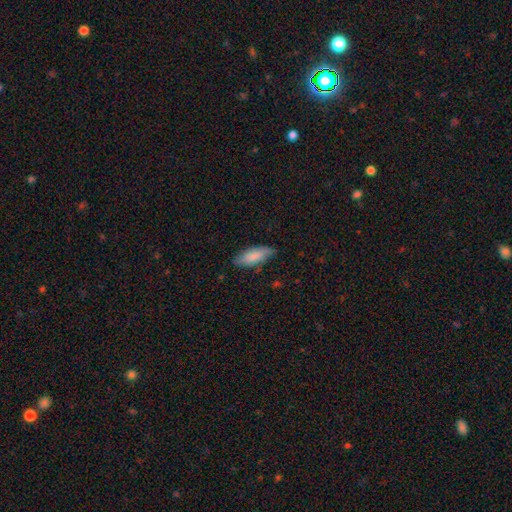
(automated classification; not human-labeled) smooth_or_featured: smooth (p=0.82) [alt: featured or disk p=0.12]
how_rounded: in between (p=0.71) [alt: cigar-shaped p=0.27]
merging: none (p=0.71) [alt: minor disturbance p=0.23]